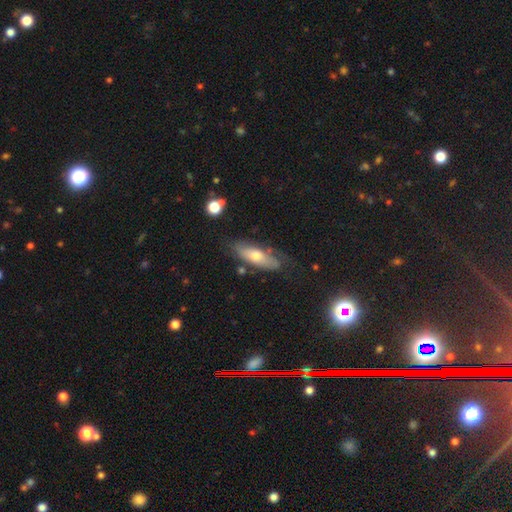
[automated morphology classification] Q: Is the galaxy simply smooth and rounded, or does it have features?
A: smooth — 53%.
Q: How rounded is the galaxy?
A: in between — 63%.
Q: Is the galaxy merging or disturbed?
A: none — 63%.